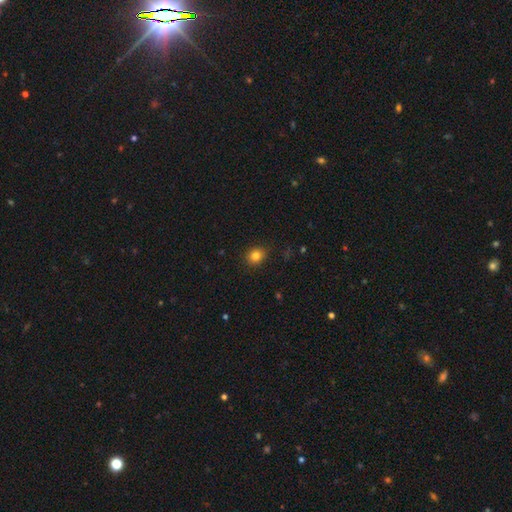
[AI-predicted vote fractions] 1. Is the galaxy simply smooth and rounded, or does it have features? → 82% smooth, 12% star or artifact, 5% featured or disk.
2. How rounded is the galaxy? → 77% round, 22% in between, 1% cigar-shaped.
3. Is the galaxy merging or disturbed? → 87% none, 9% minor disturbance, 2% major disturbance, 1% merger.